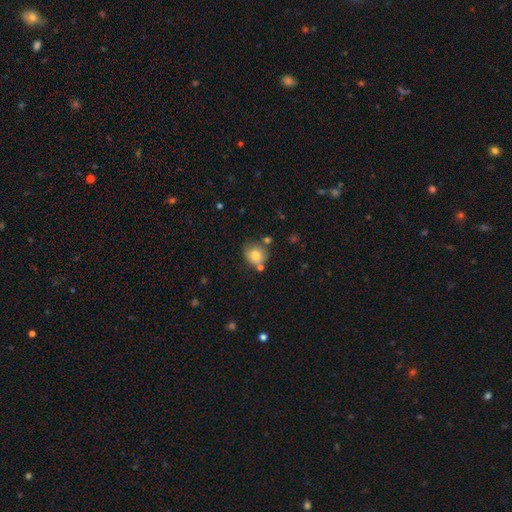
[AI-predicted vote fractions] A smooth galaxy with no disk features (79%) that is round (82%).

Vote fractions:
- Smooth or featured? smooth: 79% / featured or disk: 11% / star or artifact: 10%
- How rounded? round: 82% / in between: 17% / cigar-shaped: 1%
- Merging? none: 62% / minor disturbance: 19% / merger: 13% / major disturbance: 5%